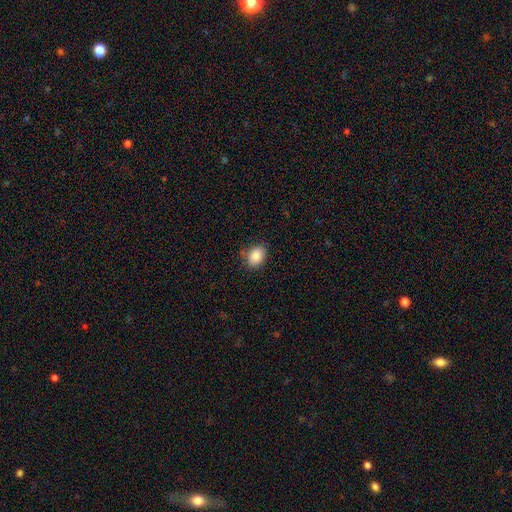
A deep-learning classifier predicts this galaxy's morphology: The model was most divided on "how rounded": in between: 67%, round: 32%, cigar-shaped: 1%. More confident: smooth or featured — smooth (87%); merging — none (79%).